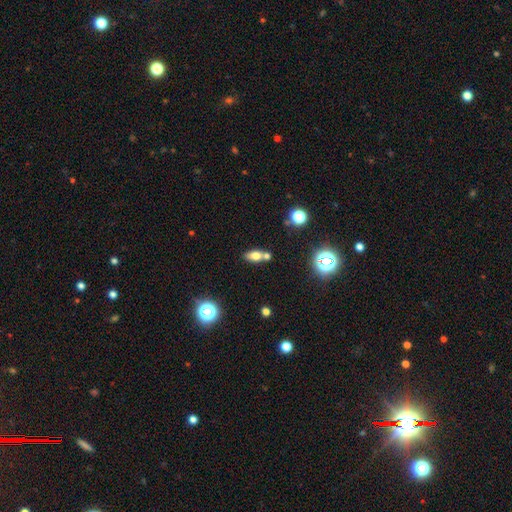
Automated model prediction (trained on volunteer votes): smooth 70%, featured or disk 17%, star or artifact 13%. Down the decision tree: how rounded — in between (80%); merging — none (53%).